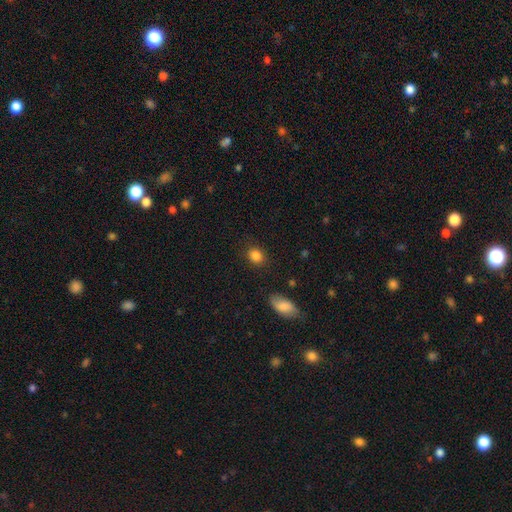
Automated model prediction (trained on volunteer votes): smooth 86%, star or artifact 10%, featured or disk 5%. Down the decision tree: how rounded — round (53%); merging — none (84%).